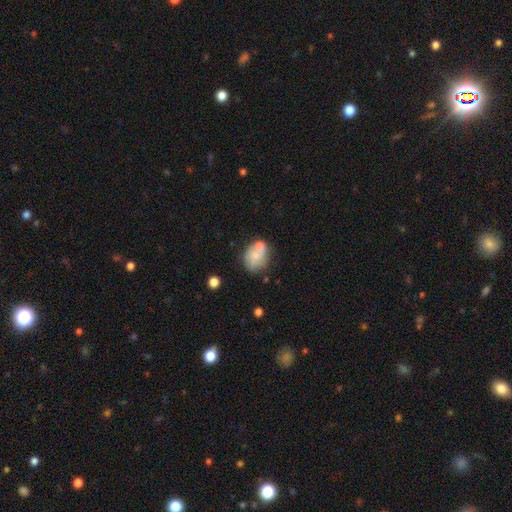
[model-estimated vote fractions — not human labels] Smooth or featured: smooth — 65% (featured or disk — 27%)
How rounded: in between — 54% (round — 45%)
Merging: none — 43% (merger — 29%)